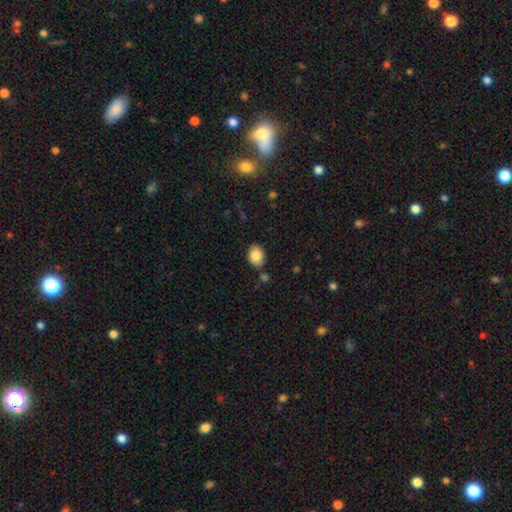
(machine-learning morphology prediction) Smooth or featured? Predicted: smooth (p=0.85). How rounded? Predicted: in between (p=0.72). Merging? Predicted: none (p=0.81).